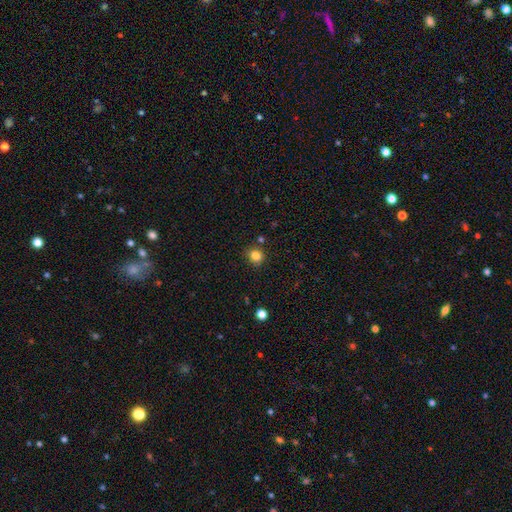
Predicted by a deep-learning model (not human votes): smooth-or-featured: smooth: 83% | star or artifact: 12% | featured or disk: 5%
  how-rounded: round: 84% | in between: 15% | cigar-shaped: 1%
  merging: none: 84% | minor disturbance: 10% | merger: 4% | major disturbance: 3%